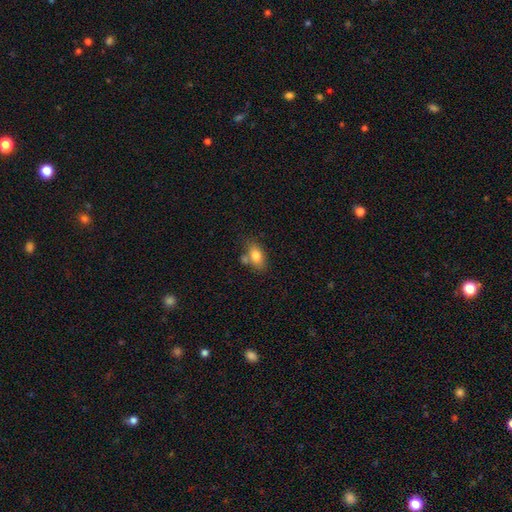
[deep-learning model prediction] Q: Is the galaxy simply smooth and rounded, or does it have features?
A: smooth — 79%.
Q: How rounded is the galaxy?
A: in between — 86%.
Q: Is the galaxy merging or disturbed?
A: none — 58%.